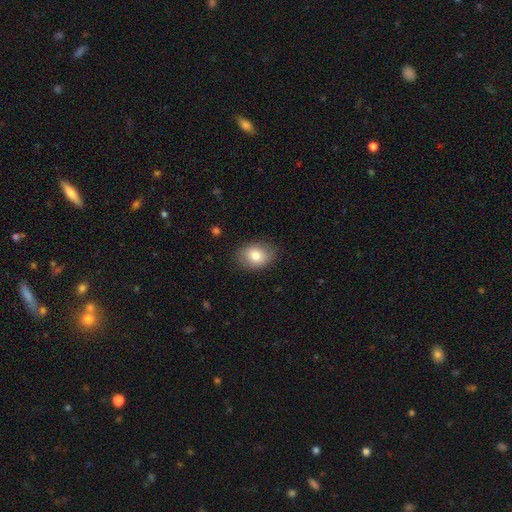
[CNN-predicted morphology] smooth-or-featured: smooth: 82% | featured or disk: 11% | star or artifact: 8%
  how-rounded: in between: 73% | round: 26% | cigar-shaped: 1%
  merging: none: 84% | minor disturbance: 12% | major disturbance: 3% | merger: 1%